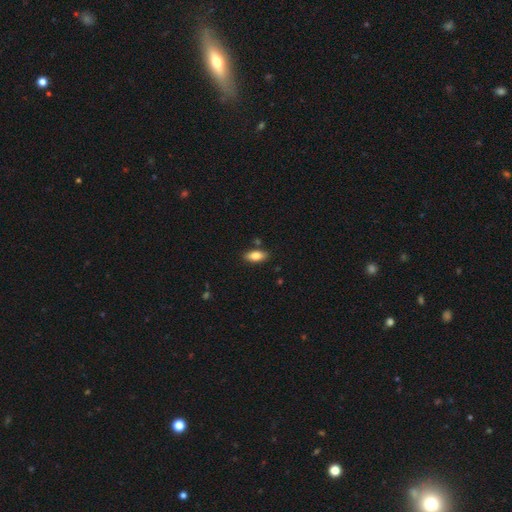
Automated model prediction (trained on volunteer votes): smooth-or-featured: smooth: 77% | featured or disk: 16% | star or artifact: 7%
  how-rounded: in between: 83% | cigar-shaped: 14% | round: 3%
  merging: none: 84% | minor disturbance: 10% | merger: 3% | major disturbance: 2%